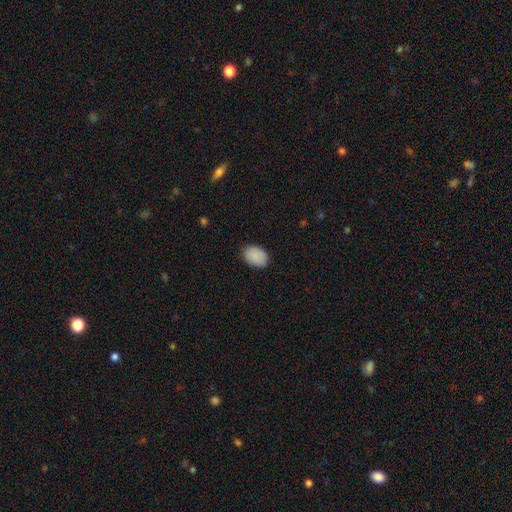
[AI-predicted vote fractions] Smooth or featured?
  - smooth: 90% *
  - star or artifact: 7%
  - featured or disk: 3%
How rounded?
  - in between: 83% *
  - round: 16%
  - cigar-shaped: 1%
Merging?
  - none: 86% *
  - minor disturbance: 11%
  - major disturbance: 2%
  - merger: 1%